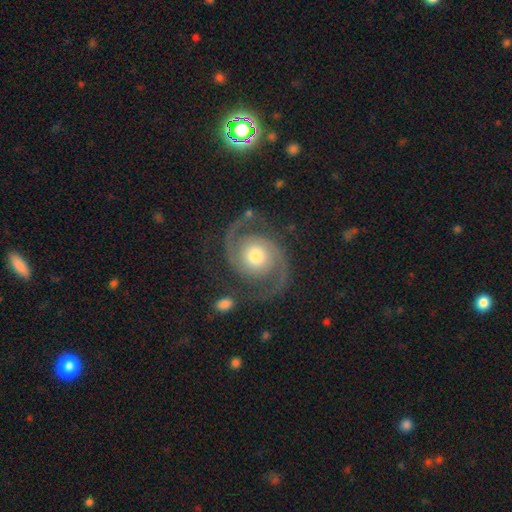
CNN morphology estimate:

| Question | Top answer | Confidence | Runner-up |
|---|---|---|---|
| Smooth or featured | featured or disk | 92% | star or artifact (4%) |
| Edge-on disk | no | 98% | yes (2%) |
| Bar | no | 74% | weak (19%) |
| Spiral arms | yes | 98% | no (2%) |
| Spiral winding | medium | 54% | tight (34%) |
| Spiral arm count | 2 | 95% | can't tell (1%) |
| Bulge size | moderate | 69% | small (15%) |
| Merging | none | 80% | minor disturbance (12%) |